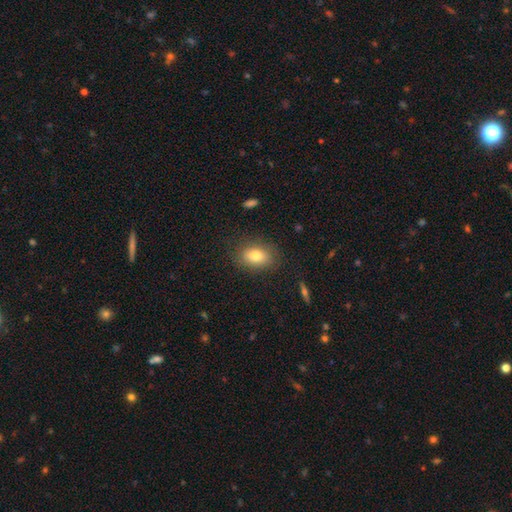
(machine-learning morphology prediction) Q: Smooth or featured?
A: smooth (79%); runner-up: featured or disk (12%)
Q: How rounded?
A: in between (79%); runner-up: round (19%)
Q: Merging?
A: none (82%); runner-up: minor disturbance (13%)